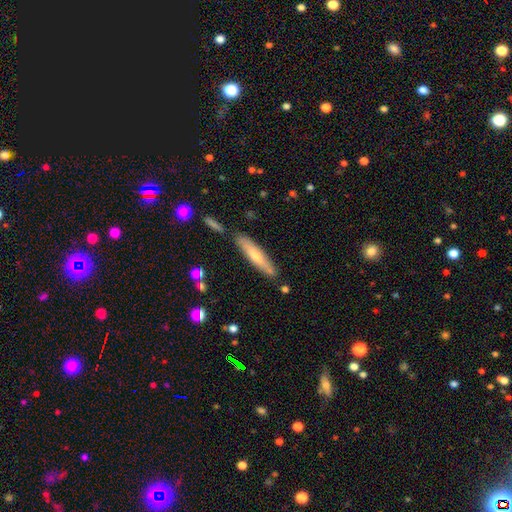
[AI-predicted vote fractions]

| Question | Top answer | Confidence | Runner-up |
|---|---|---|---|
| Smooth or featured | smooth | 60% | featured or disk (35%) |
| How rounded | cigar-shaped | 87% | in between (12%) |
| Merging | none | 81% | minor disturbance (12%) |